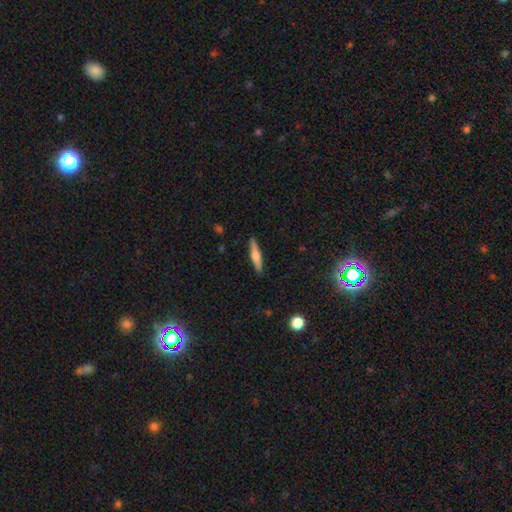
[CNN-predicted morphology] smooth 56%, featured or disk 38%, star or artifact 6%. Down the decision tree: how rounded — cigar-shaped (87%); merging — none (90%).